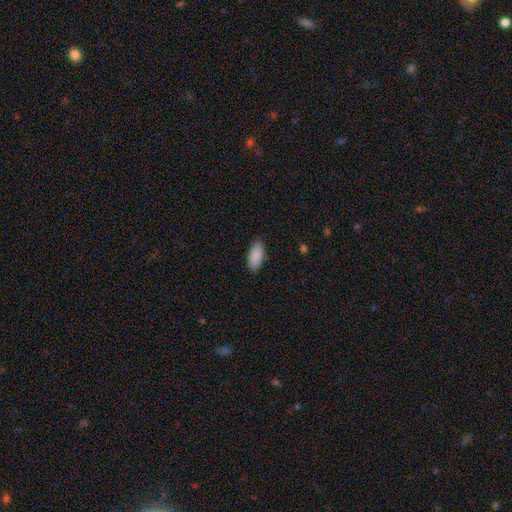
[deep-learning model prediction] smooth 90%, star or artifact 6%, featured or disk 4%. Down the decision tree: how rounded — in between (90%); merging — none (86%).